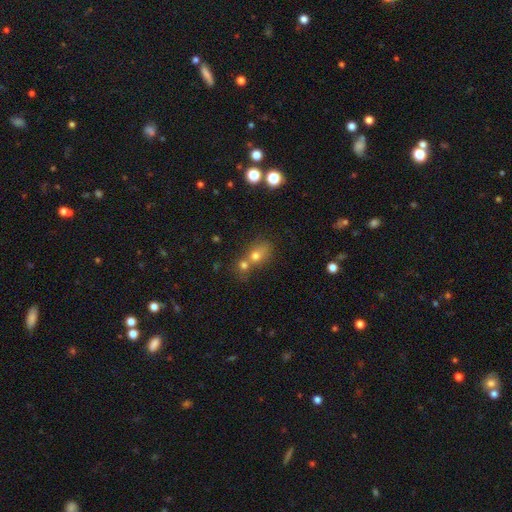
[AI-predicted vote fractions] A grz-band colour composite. It shows a smooth galaxy with no disk features (68%) that is round (51%). Merging: merger (56%).